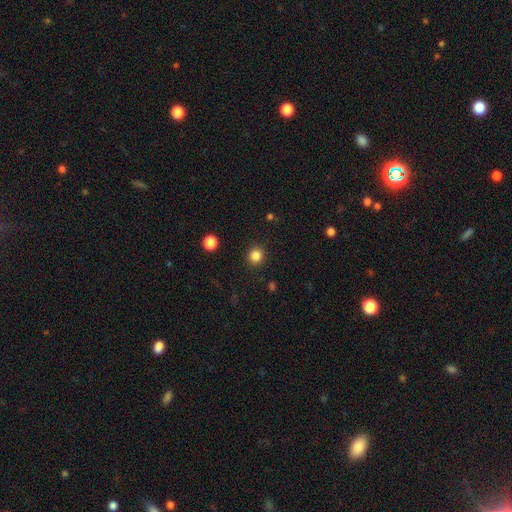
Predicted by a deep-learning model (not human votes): A smooth galaxy with no disk features (84%) that is round (92%).

Vote fractions:
- Smooth or featured? smooth: 84% / star or artifact: 12% / featured or disk: 4%
- How rounded? round: 92% / in between: 7% / cigar-shaped: 1%
- Merging? none: 91% / minor disturbance: 5% / major disturbance: 2% / merger: 1%